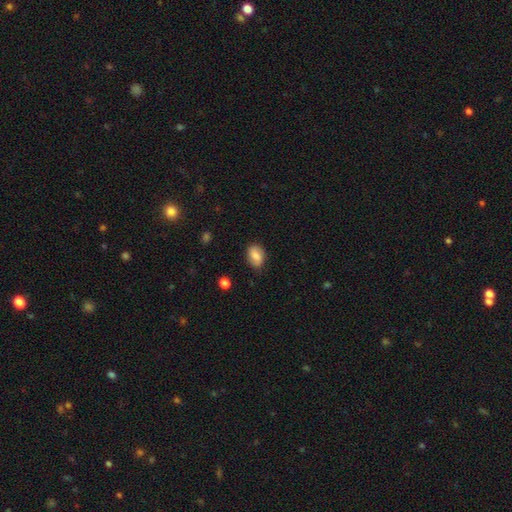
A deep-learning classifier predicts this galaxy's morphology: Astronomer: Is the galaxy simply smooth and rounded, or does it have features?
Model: smooth — 75%.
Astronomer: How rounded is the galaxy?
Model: in between — 83%.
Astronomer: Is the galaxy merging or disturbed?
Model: none — 79%.